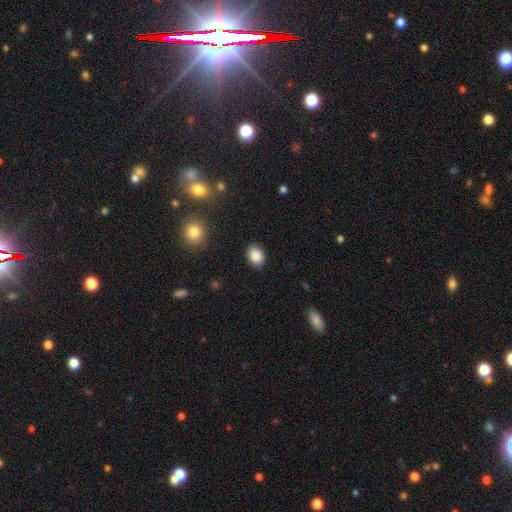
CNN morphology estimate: The model was most divided on "how rounded": in between: 68%, round: 31%, cigar-shaped: 1%. More confident: smooth or featured — smooth (88%); merging — none (86%).